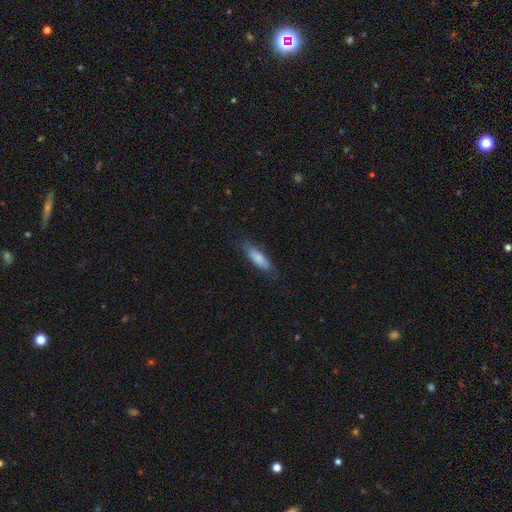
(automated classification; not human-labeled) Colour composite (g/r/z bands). It shows a smooth galaxy with no disk features (75%) that is cigar-shaped (62%). Merging: none (80%).